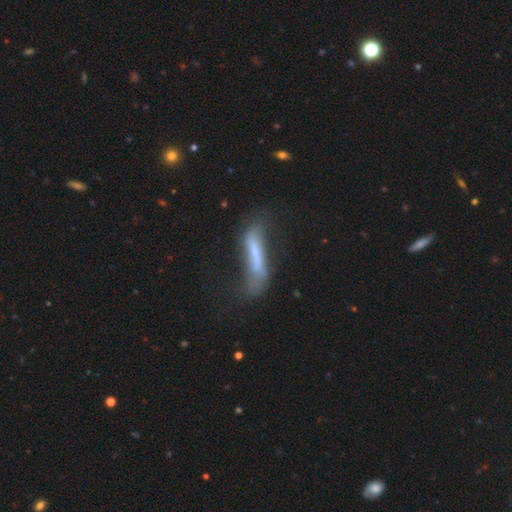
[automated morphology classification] A smooth galaxy with no disk features (46%).

Vote fractions:
- Smooth or featured? smooth: 46% / featured or disk: 45% / star or artifact: 9%
- Merging? none: 40% / minor disturbance: 27% / major disturbance: 26% / merger: 6%